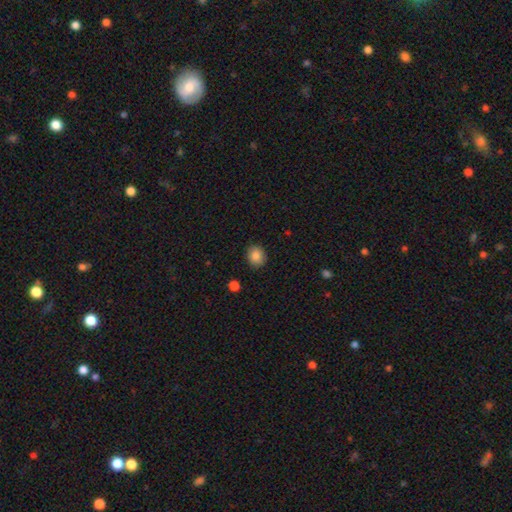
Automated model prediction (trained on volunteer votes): smooth-or-featured: smooth: 86% | star or artifact: 9% | featured or disk: 5%
  how-rounded: round: 69% | in between: 30% | cigar-shaped: 1%
  merging: none: 88% | minor disturbance: 8% | major disturbance: 2% | merger: 1%